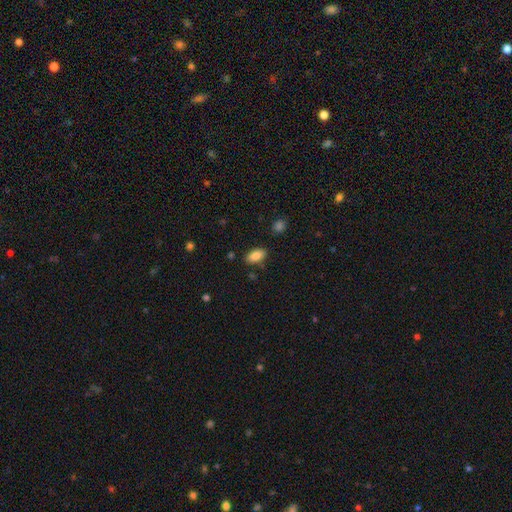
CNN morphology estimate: smooth 85%, star or artifact 8%, featured or disk 7%. Down the decision tree: how rounded — in between (92%); merging — none (84%).